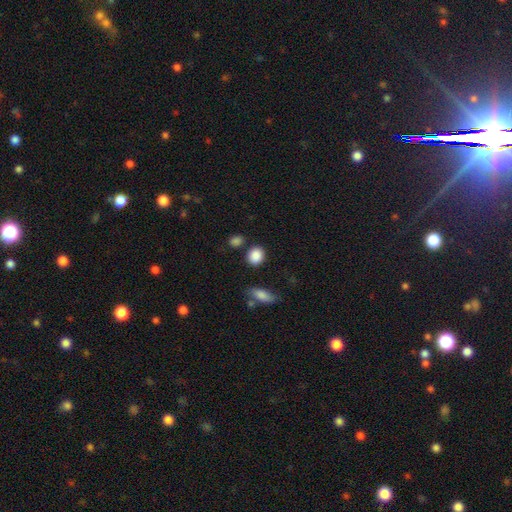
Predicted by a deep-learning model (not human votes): Smooth or featured? Predicted: smooth (p=0.88). How rounded? Predicted: round (p=0.63). Merging? Predicted: none (p=0.79).